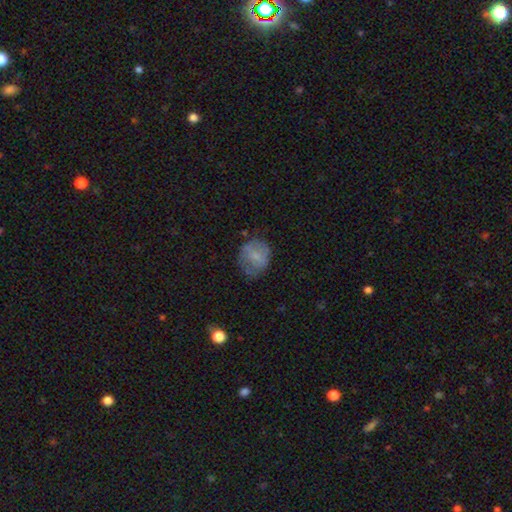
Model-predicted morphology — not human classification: type=smooth (64%); roundness=round (65%); merging=none (53%).